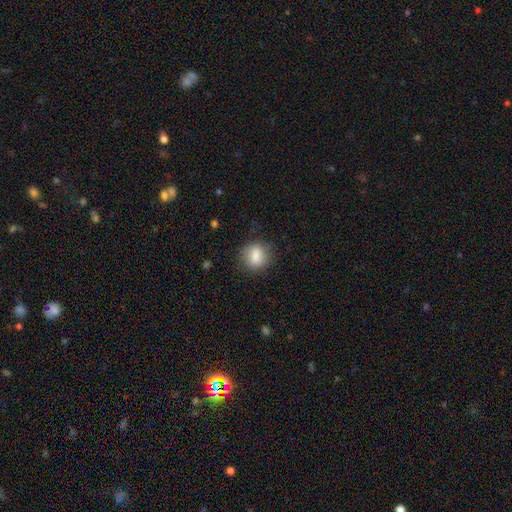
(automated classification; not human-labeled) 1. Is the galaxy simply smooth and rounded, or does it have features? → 82% smooth, 9% featured or disk, 8% star or artifact.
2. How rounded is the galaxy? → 62% round, 36% in between, 2% cigar-shaped.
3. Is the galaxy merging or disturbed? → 80% none, 14% minor disturbance, 5% major disturbance, 2% merger.